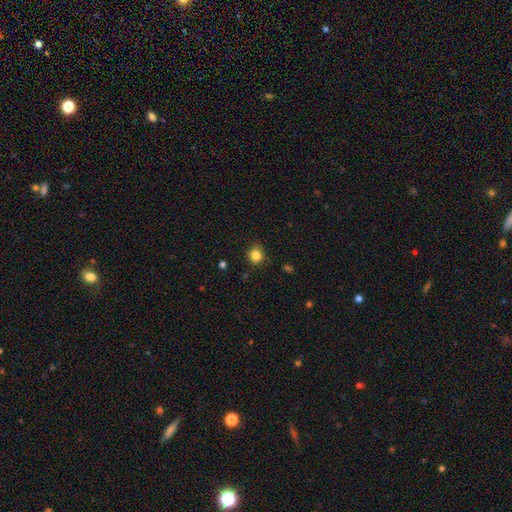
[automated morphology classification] smooth 84%, star or artifact 12%, featured or disk 4%. Down the decision tree: how rounded — round (86%); merging — none (85%).